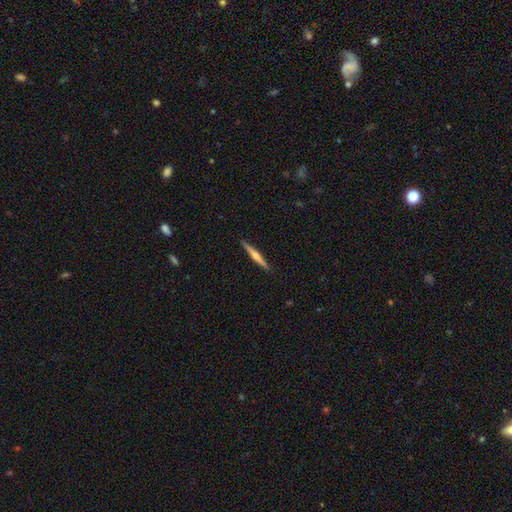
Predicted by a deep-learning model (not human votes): The model was most divided on "smooth or featured": featured or disk: 68%, smooth: 27%, star or artifact: 5%. More confident: edge-on disk — yes (98%); merging — none (92%); edge-on bulge — rounded (85%).